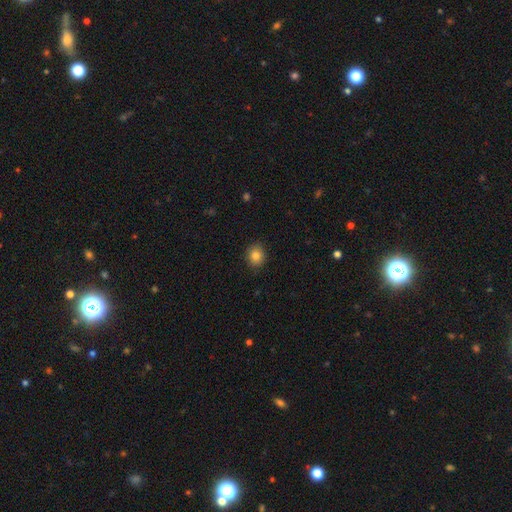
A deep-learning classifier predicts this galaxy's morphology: A smooth galaxy with no disk features (83%) that is round (72%). Merging: none (89%).